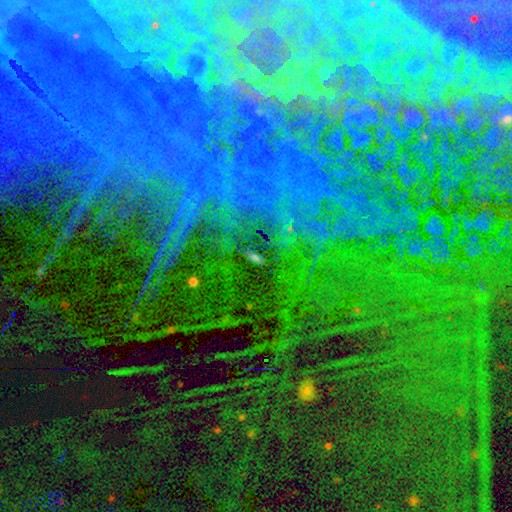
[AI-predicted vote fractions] Smooth or featured? Predicted: star or artifact (p=0.82).